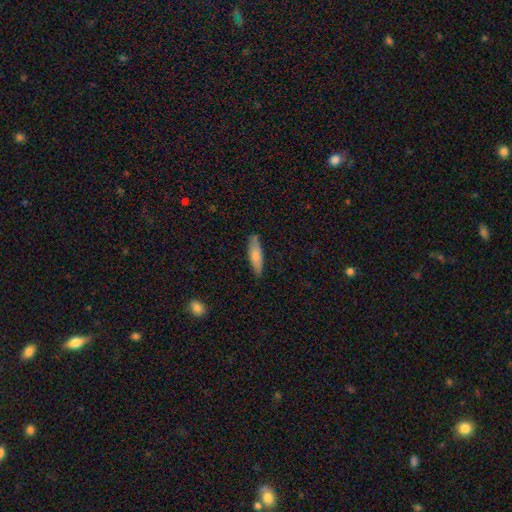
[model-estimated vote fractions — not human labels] A smooth galaxy with no disk features (70%) that is cigar-shaped (62%). Merging: none (84%).